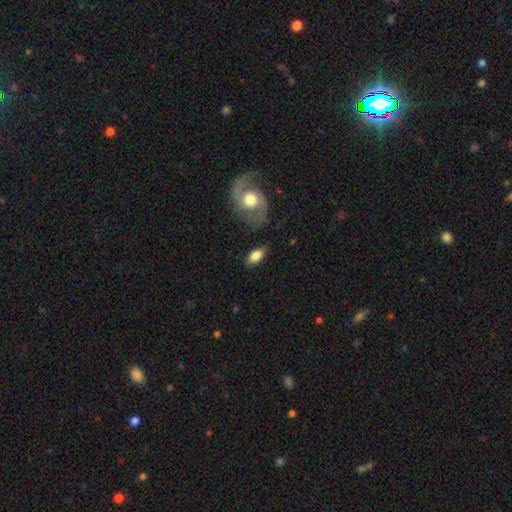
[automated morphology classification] A smooth galaxy with no disk features (70%) that is in between round and cigar-shaped (86%).

Vote fractions:
- Smooth or featured? smooth: 70% / featured or disk: 23% / star or artifact: 7%
- How rounded? in between: 86% / cigar-shaped: 9% / round: 5%
- Merging? none: 78% / minor disturbance: 14% / major disturbance: 5% / merger: 3%